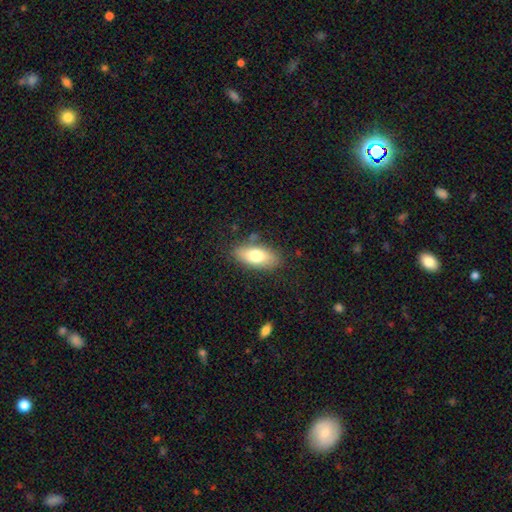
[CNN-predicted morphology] type=smooth (72%); roundness=in between (85%); merging=none (80%).